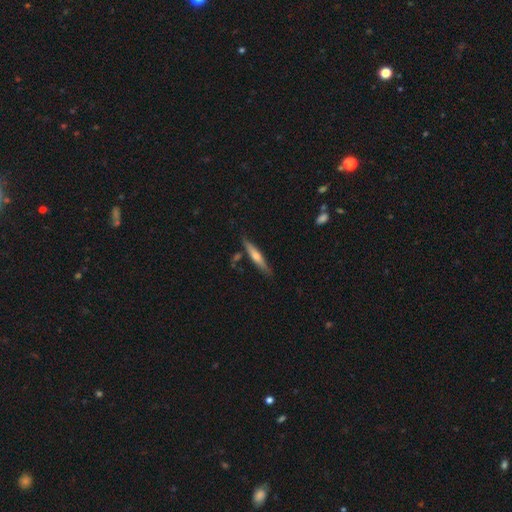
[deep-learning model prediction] This appears to be a featured or disk galaxy (55%) viewed edge-on (94%) with a rounded central bulge (80%). Merging: none (83%).